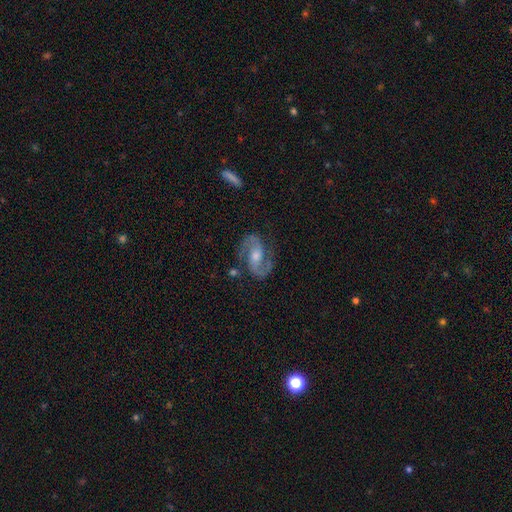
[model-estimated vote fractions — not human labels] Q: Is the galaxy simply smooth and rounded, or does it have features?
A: featured or disk — 90%.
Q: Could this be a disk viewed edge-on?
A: no — 97%.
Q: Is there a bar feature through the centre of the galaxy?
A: weak — 43%.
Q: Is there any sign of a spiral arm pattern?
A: yes — 98%.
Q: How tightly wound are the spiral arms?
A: medium — 61%.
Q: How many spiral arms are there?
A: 2 — 94%.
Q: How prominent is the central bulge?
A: moderate — 61%.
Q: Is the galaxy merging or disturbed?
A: none — 77%.